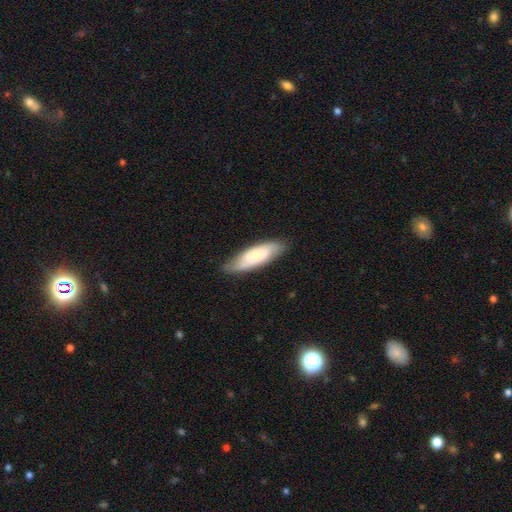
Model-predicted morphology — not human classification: This appears to be a smooth galaxy with no disk features (65%) that is cigar-shaped (52%). Merging: none (79%).